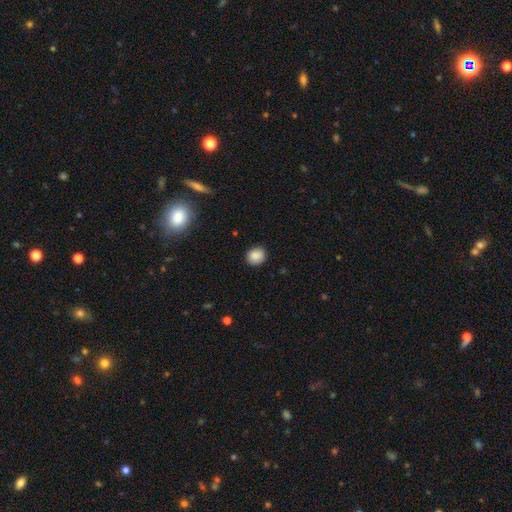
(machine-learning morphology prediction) The model was most divided on "how rounded": round: 76%, in between: 23%, cigar-shaped: 1%. More confident: merging — none (88%); smooth or featured — smooth (87%).